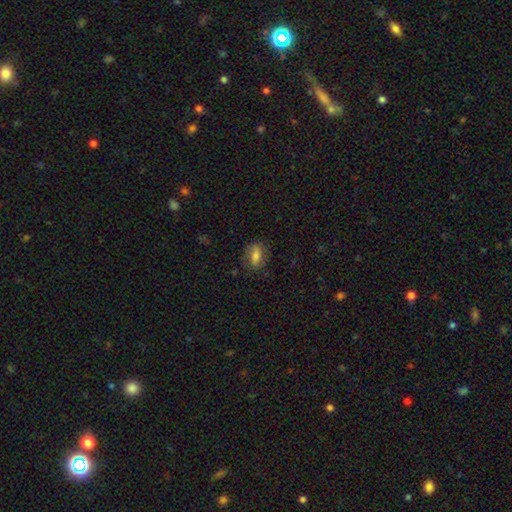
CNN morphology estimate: smooth-or-featured: smooth: 69% | featured or disk: 22% | star or artifact: 9%
  how-rounded: in between: 78% | round: 14% | cigar-shaped: 8%
  merging: none: 78% | minor disturbance: 16% | major disturbance: 5% | merger: 1%